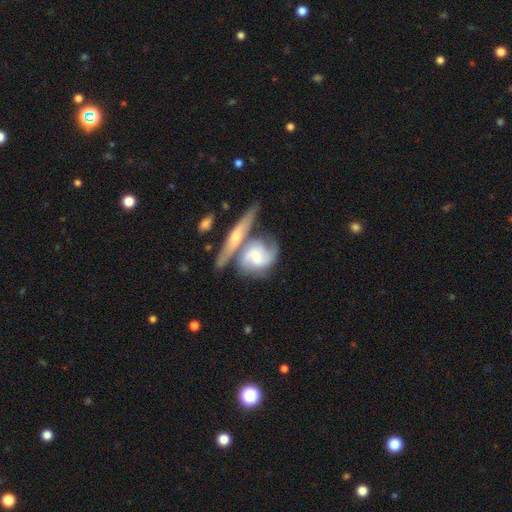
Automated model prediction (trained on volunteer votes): smooth-or-featured: featured or disk: 78% | smooth: 16% | star or artifact: 5%
  disk-edge-on: no: 87% | yes: 13%
    bar: no: 46% | weak: 42% | strong: 12%
    has-spiral-arms: yes: 93% | no: 7%
      spiral-winding: medium: 49% | tight: 34% | loose: 18%
      spiral-arm-count: 2: 67% | can't tell: 16% | 3: 8% | 1: 5% | 4: 2% | more than 4: 2%
    bulge-size: moderate: 46% | small: 37% | large: 9% | none: 6% | dominant: 2%
  merging: merger: 45% | none: 33% | minor disturbance: 13% | major disturbance: 8%